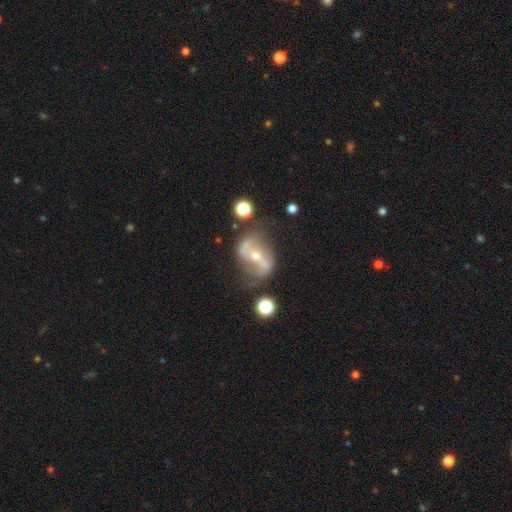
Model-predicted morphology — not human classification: This appears to be a featured or disk galaxy (83%) with a strong bar (55%), 2 (88%) loose (55%) spiral arms (85%) and a small central bulge (52%). Merging: none (64%).